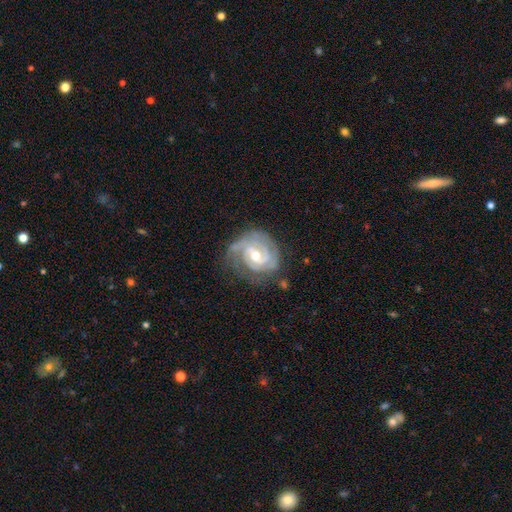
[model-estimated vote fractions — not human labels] Smooth or featured? Predicted: featured or disk (p=0.88). Edge-on disk? Predicted: no (p=0.98). Bar? Predicted: weak (p=0.45). Spiral arms? Predicted: yes (p=0.96). Spiral winding? Predicted: tight (p=0.69). Spiral arm count? Predicted: 2 (p=0.39). Bulge size? Predicted: moderate (p=0.64). Merging? Predicted: none (p=0.65).